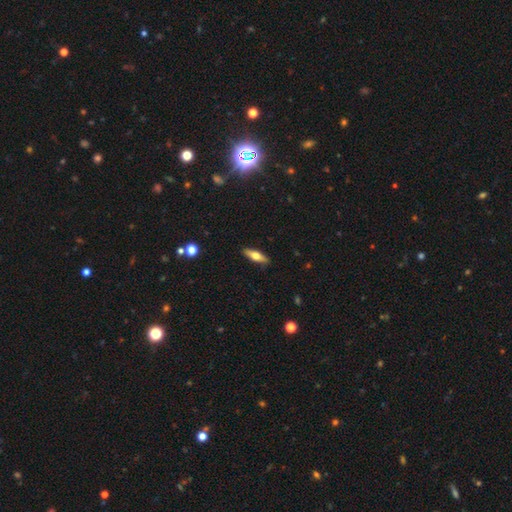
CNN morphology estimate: Overall: smooth (49%; featured or disk 45%). Merging: none (89%).